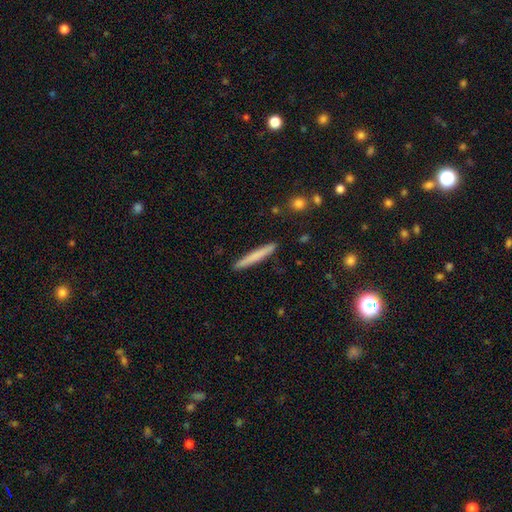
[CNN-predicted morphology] type=smooth (70%); roundness=cigar-shaped (97%); merging=none (92%).